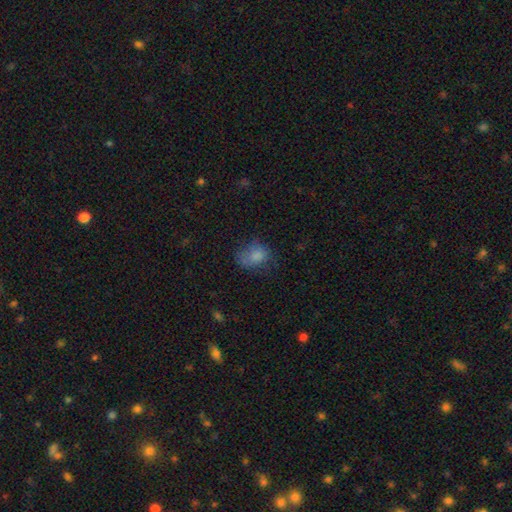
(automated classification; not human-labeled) Smooth or featured? smooth (75%)
How rounded? in between (63%)
Merging? none (47%)